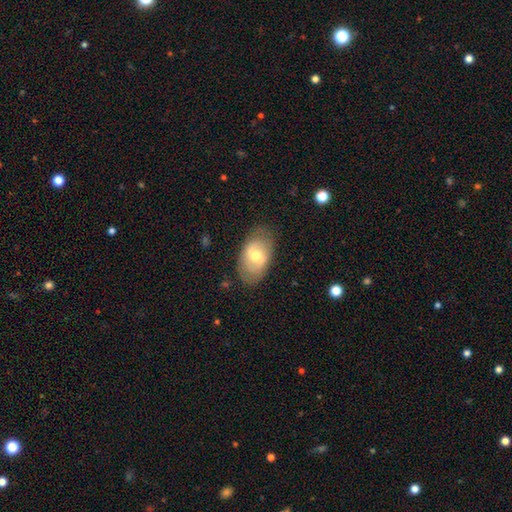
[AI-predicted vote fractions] Smooth or featured? Predicted: smooth (p=0.48). Merging? Predicted: none (p=0.78).